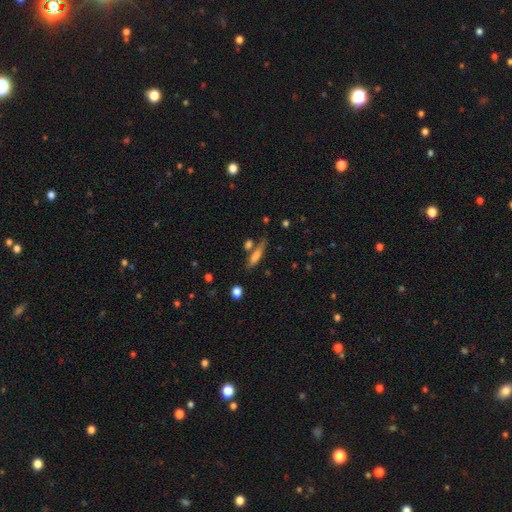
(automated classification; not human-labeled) A smooth galaxy with no disk features (67%) that is cigar-shaped (75%). Merging: none (66%).